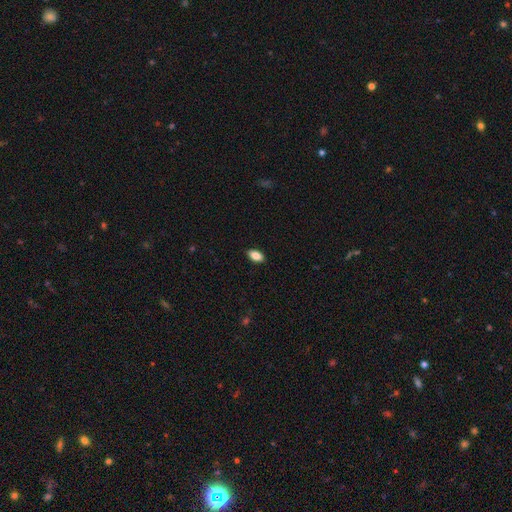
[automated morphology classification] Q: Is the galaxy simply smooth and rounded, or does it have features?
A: smooth — 85%.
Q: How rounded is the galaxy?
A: in between — 91%.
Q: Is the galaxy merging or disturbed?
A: none — 89%.